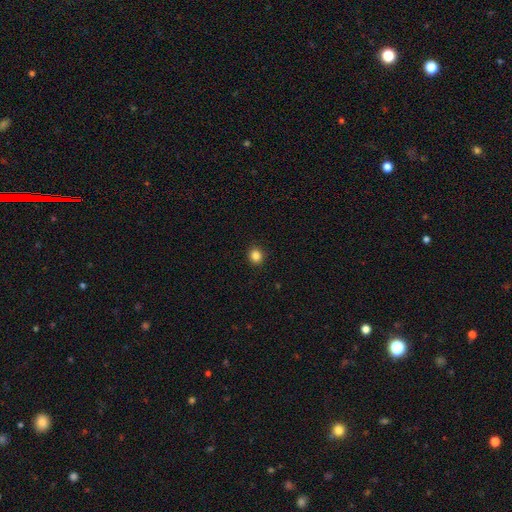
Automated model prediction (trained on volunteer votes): Smooth or featured?
  - smooth: 86% *
  - star or artifact: 11%
  - featured or disk: 3%
How rounded?
  - round: 82% *
  - in between: 17%
  - cigar-shaped: 1%
Merging?
  - none: 92% *
  - minor disturbance: 6%
  - major disturbance: 2%
  - merger: 1%